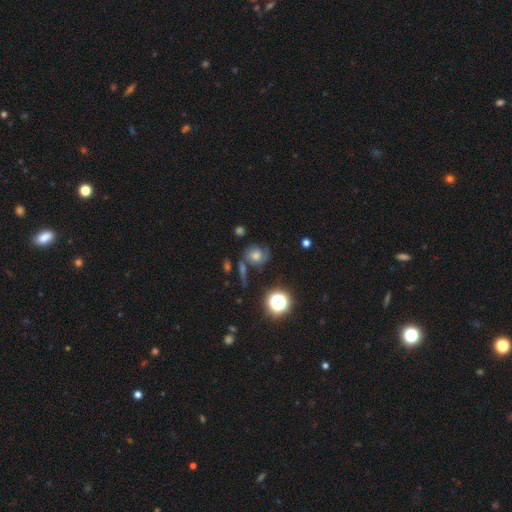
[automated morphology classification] smooth_or_featured: featured or disk (p=0.40) [tied with: smooth p=0.40]
merging: none (p=0.56) [alt: minor disturbance p=0.22]